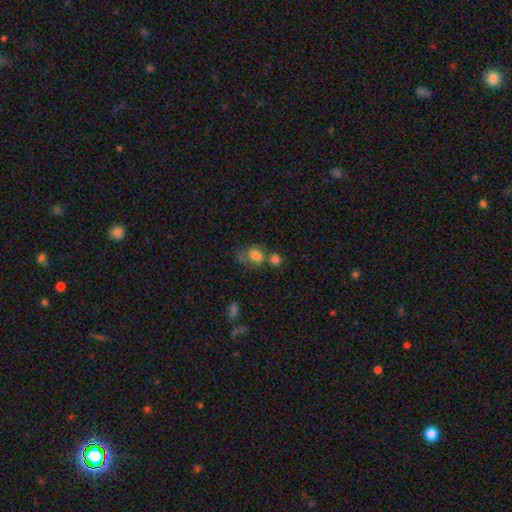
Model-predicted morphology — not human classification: smooth-or-featured: smooth: 70% | featured or disk: 18% | star or artifact: 12%
  how-rounded: in between: 54% | round: 44% | cigar-shaped: 1%
  merging: merger: 38% | none: 30% | minor disturbance: 17% | major disturbance: 15%